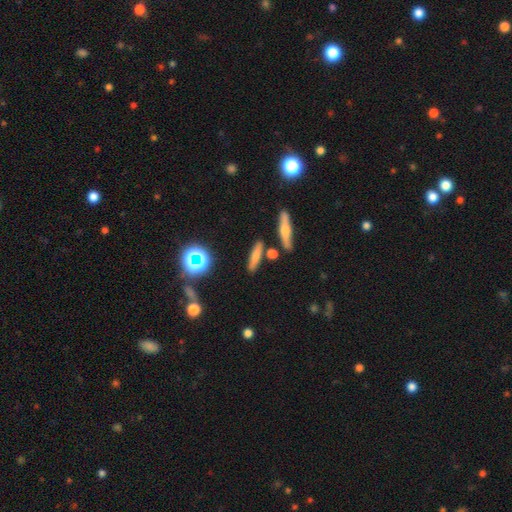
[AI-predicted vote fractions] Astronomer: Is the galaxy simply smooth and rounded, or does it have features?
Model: smooth — 66%.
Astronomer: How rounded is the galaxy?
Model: cigar-shaped — 73%.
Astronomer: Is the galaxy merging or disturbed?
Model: none — 82%.